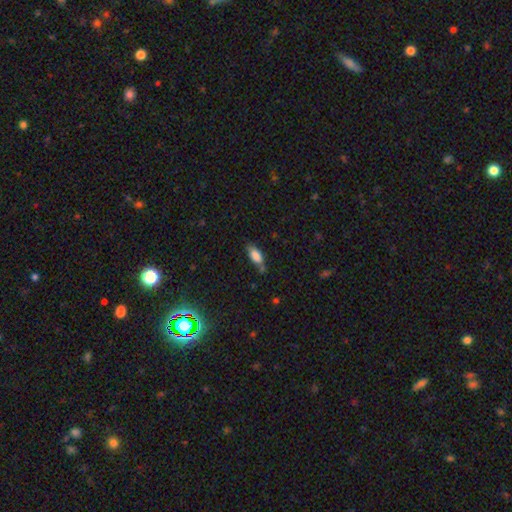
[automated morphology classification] Smooth or featured? smooth (82%)
How rounded? in between (81%)
Merging? none (62%)